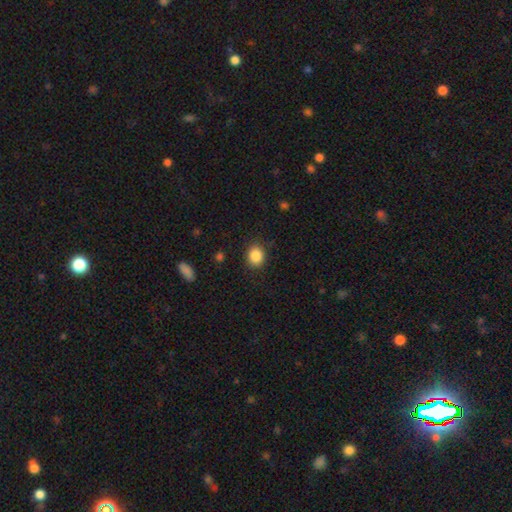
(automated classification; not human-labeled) A smooth galaxy with no disk features (86%) that is round (63%). Merging: none (86%).